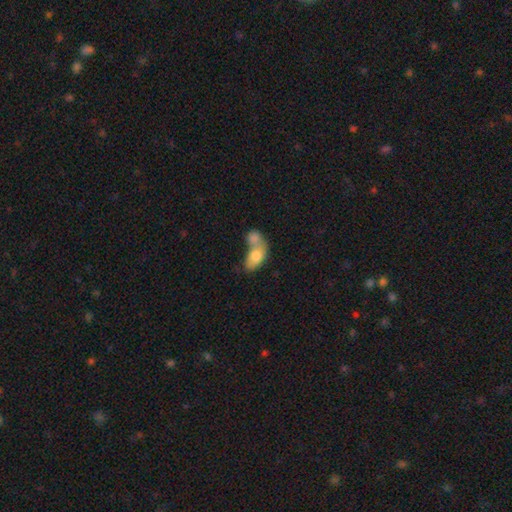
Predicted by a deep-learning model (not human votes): The model was most divided on "merging": merger: 71%, none: 14%, minor disturbance: 8%, major disturbance: 7%. More confident: how rounded — in between (84%); smooth or featured — smooth (75%).